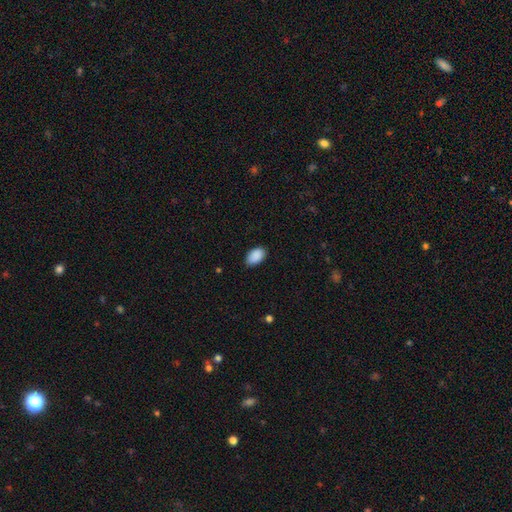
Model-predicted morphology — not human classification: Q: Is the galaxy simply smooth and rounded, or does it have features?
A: smooth — 91%.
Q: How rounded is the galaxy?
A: in between — 92%.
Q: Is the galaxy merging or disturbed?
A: none — 82%.